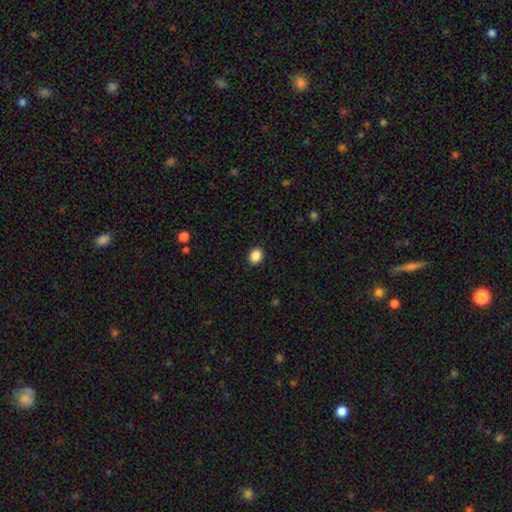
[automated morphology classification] A smooth galaxy with no disk features (88%) that is round (63%).

Vote fractions:
- Smooth or featured? smooth: 88% / star or artifact: 9% / featured or disk: 3%
- How rounded? round: 63% / in between: 36% / cigar-shaped: 1%
- Merging? none: 90% / minor disturbance: 7% / major disturbance: 2% / merger: 1%